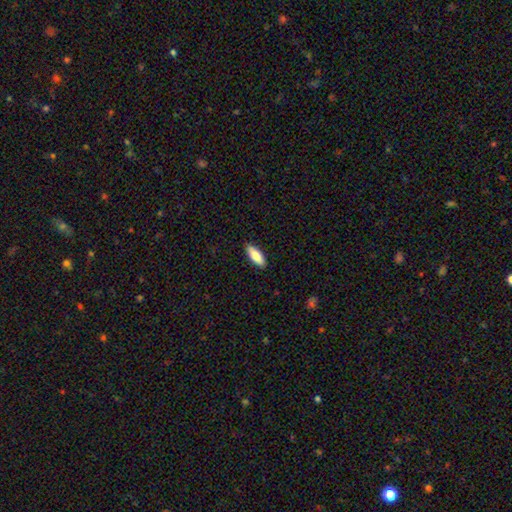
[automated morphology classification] smooth-or-featured: smooth: 83% | featured or disk: 11% | star or artifact: 6%
  how-rounded: in between: 69% | cigar-shaped: 29% | round: 2%
  merging: none: 90% | minor disturbance: 8% | major disturbance: 2% | merger: 1%